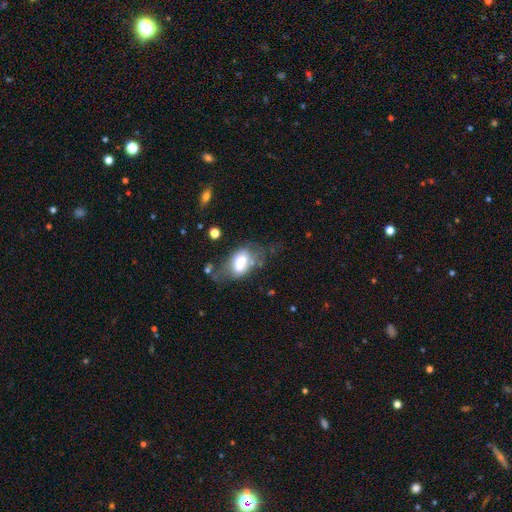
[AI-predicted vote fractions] Smooth or featured?
  - smooth: 49% *
  - featured or disk: 38%
  - star or artifact: 13%
Merging?
  - none: 39% *
  - major disturbance: 26%
  - minor disturbance: 26%
  - merger: 9%